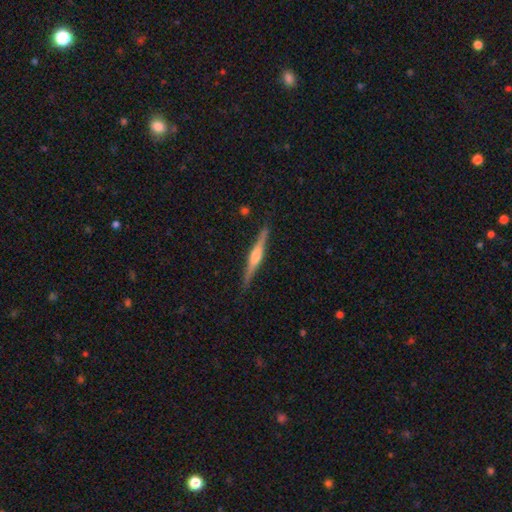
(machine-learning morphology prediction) Smooth or featured? Predicted: featured or disk (p=0.72). Edge-on disk? Predicted: yes (p=0.98). Edge-on bulge? Predicted: rounded (p=0.85). Merging? Predicted: none (p=0.88).